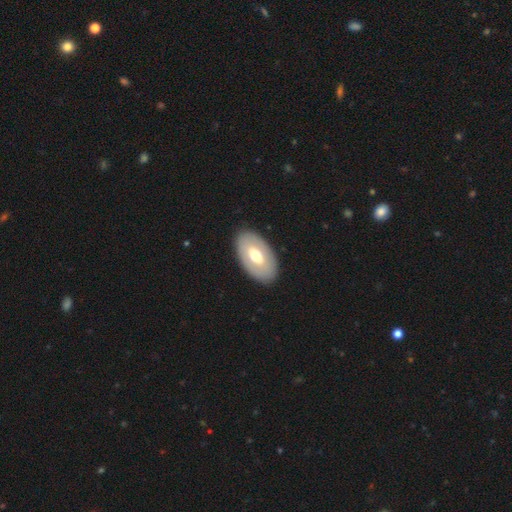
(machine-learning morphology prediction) smooth_or_featured: smooth (p=0.52) [alt: featured or disk p=0.43]
how_rounded: in between (p=0.93) [alt: round p=0.05]
merging: none (p=0.88) [alt: minor disturbance p=0.08]